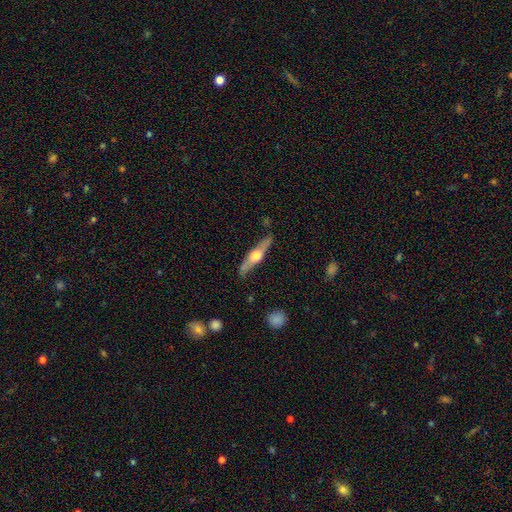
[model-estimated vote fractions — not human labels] Smooth or featured: featured or disk — 65% (smooth — 30%)
Edge-on disk: yes — 94% (no — 6%)
Edge-on bulge: rounded — 94% (boxy — 4%)
Merging: none — 84% (minor disturbance — 12%)